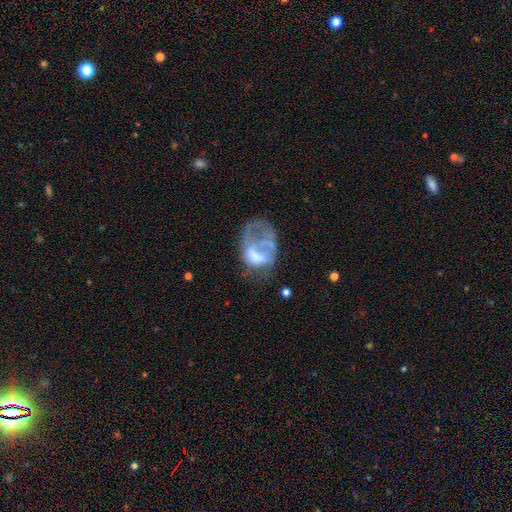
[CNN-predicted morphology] Overall: featured or disk (53%; smooth 35%). Edge-on disk: no (97%). Bar: no (80%). Spiral arms: no (82%). Bulge size: none (46%; moderate 24%). Merging: major disturbance (48%; none 23%).